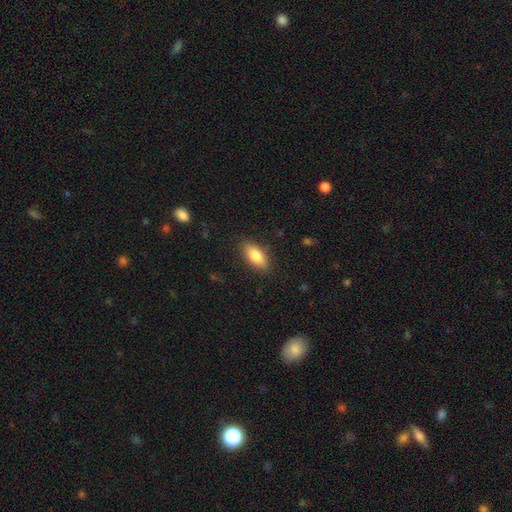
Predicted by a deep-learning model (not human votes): Smooth or featured: smooth — 82% (featured or disk — 11%)
How rounded: in between — 82% (cigar-shaped — 15%)
Merging: none — 85% (minor disturbance — 11%)